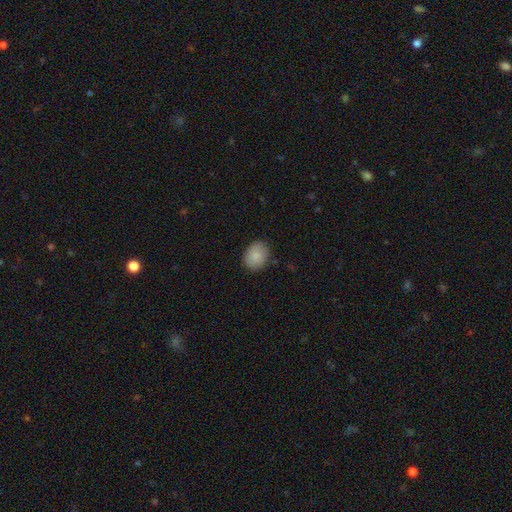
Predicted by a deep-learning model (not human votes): smooth 87%, star or artifact 7%, featured or disk 6%. Down the decision tree: how rounded — in between (53%); merging — none (85%).